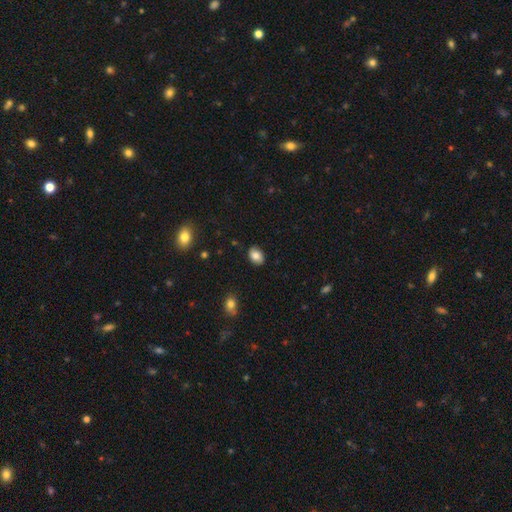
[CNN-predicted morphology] Smooth or featured: smooth — 84% (featured or disk — 8%)
How rounded: in between — 78% (round — 21%)
Merging: none — 86% (minor disturbance — 10%)